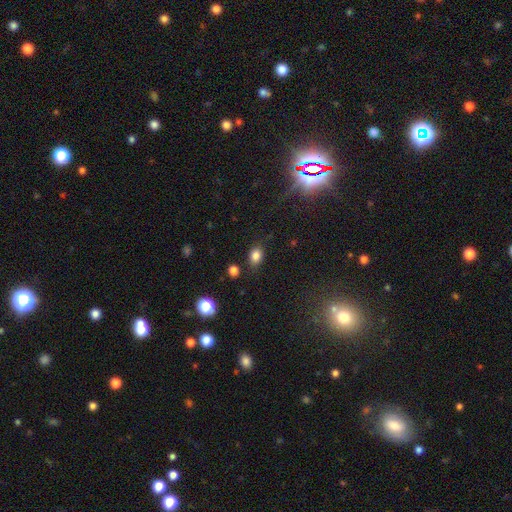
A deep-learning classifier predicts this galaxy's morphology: Q: Smooth or featured?
A: smooth (82%); runner-up: star or artifact (12%)
Q: How rounded?
A: in between (67%); runner-up: round (32%)
Q: Merging?
A: none (79%); runner-up: minor disturbance (14%)